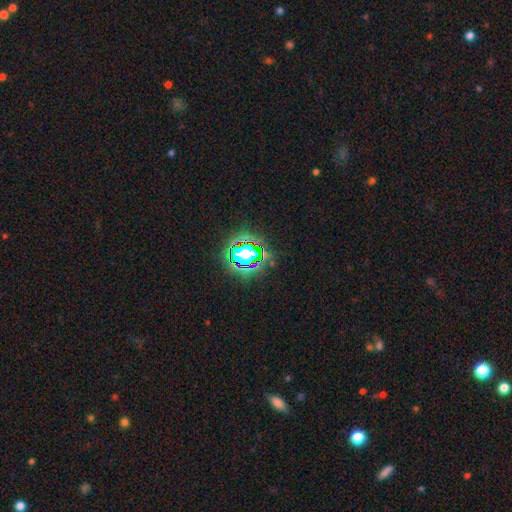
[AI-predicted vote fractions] Morphology: type=star or artifact (62%).